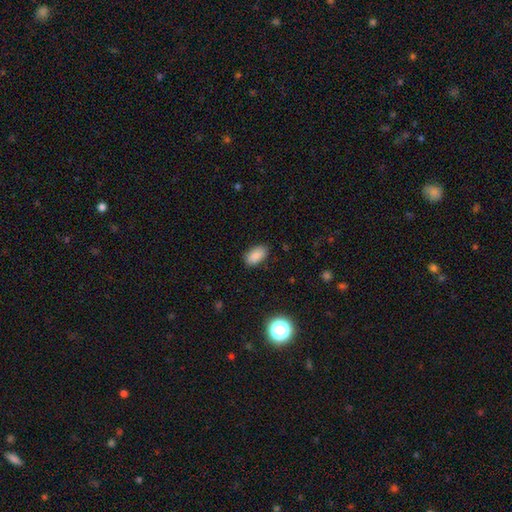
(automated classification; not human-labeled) The model was most divided on "merging": none: 85%, minor disturbance: 11%, major disturbance: 3%, merger: 1%. More confident: how rounded — in between (92%); smooth or featured — smooth (86%).